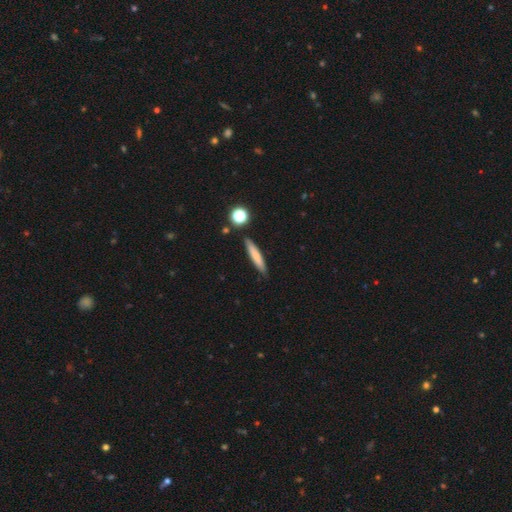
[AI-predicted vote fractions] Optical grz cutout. It shows a smooth galaxy with no disk features (72%) that is cigar-shaped (89%). Merging: none (87%).